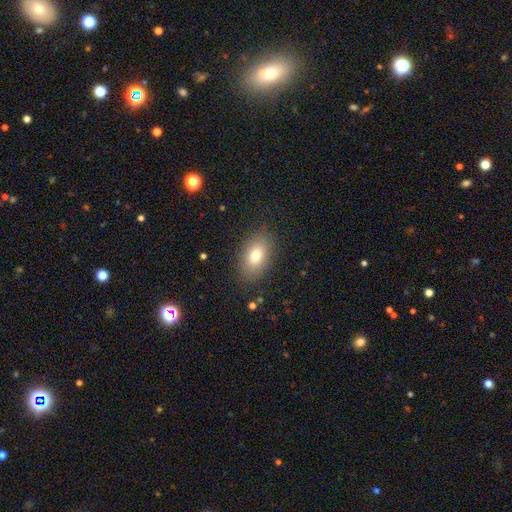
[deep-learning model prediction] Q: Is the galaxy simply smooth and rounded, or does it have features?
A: smooth — 77%.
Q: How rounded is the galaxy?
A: in between — 88%.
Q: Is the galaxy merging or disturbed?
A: none — 85%.